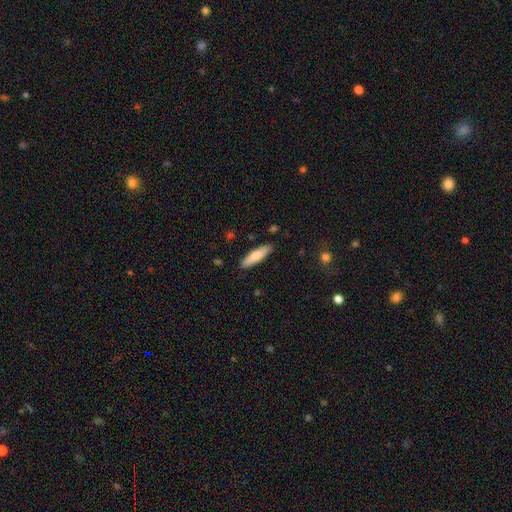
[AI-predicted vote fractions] A smooth galaxy with no disk features (75%) that is cigar-shaped (75%). Merging: none (88%).